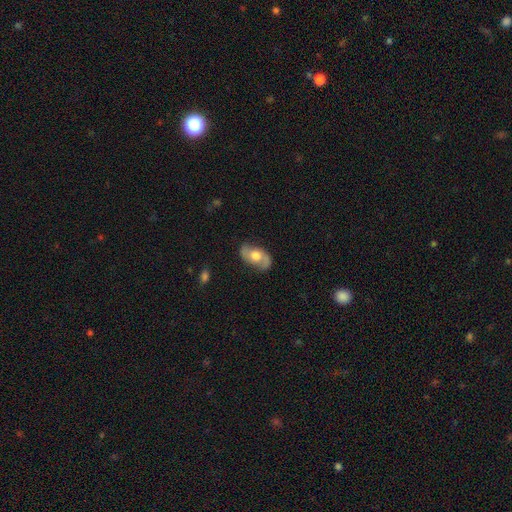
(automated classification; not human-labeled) A featured or disk galaxy (64%) with no bar (71%), spiral arms (80%) and a moderate central bulge (53%).

Vote fractions:
- Smooth or featured? featured or disk: 64% / smooth: 29% / star or artifact: 6%
- Edge-on disk? no: 92% / yes: 8%
- Bar? no: 71% / weak: 24% / strong: 5%
- Spiral arms? yes: 80% / no: 20%
- Bulge size? moderate: 53% / large: 37% / small: 6% / dominant: 2% / none: 2%
- Merging? none: 77% / minor disturbance: 17% / major disturbance: 6% / merger: 1%